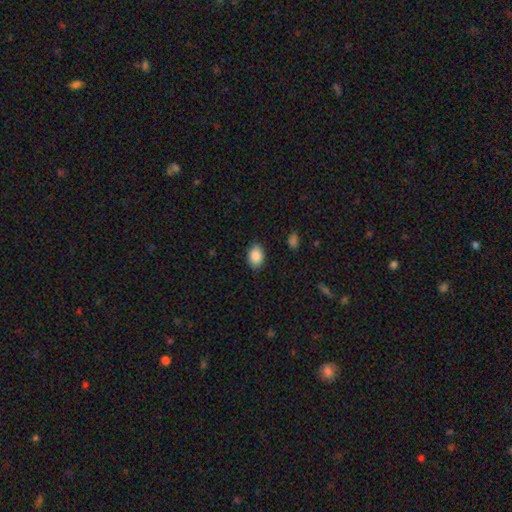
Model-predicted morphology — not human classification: type=smooth (88%); roundness=in between (81%); merging=none (86%).